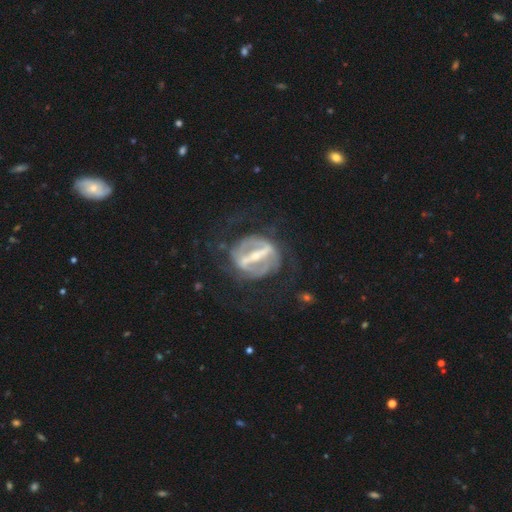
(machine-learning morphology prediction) Smooth or featured: featured or disk — 85% (smooth — 9%)
Edge-on disk: no — 85% (yes — 15%)
Bar: strong — 86% (weak — 11%)
Spiral arms: yes — 55% (no — 45%)
Bulge size: small — 50% (moderate — 37%)
Merging: none — 62% (major disturbance — 20%)